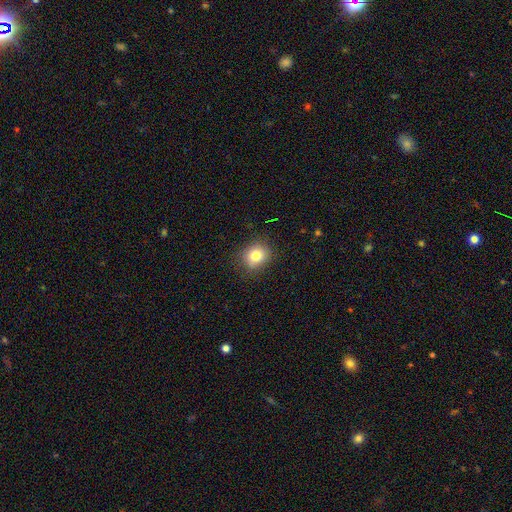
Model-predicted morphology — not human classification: Smooth or featured?
  - smooth: 81% *
  - star or artifact: 11%
  - featured or disk: 8%
How rounded?
  - round: 71% *
  - in between: 28%
  - cigar-shaped: 1%
Merging?
  - none: 83% *
  - minor disturbance: 13%
  - major disturbance: 3%
  - merger: 1%